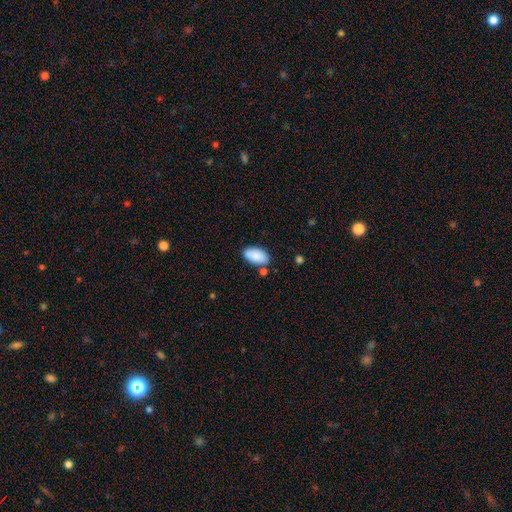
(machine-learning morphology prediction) Smooth or featured: smooth — 89% (star or artifact — 6%)
How rounded: in between — 95% (round — 3%)
Merging: none — 75% (minor disturbance — 14%)